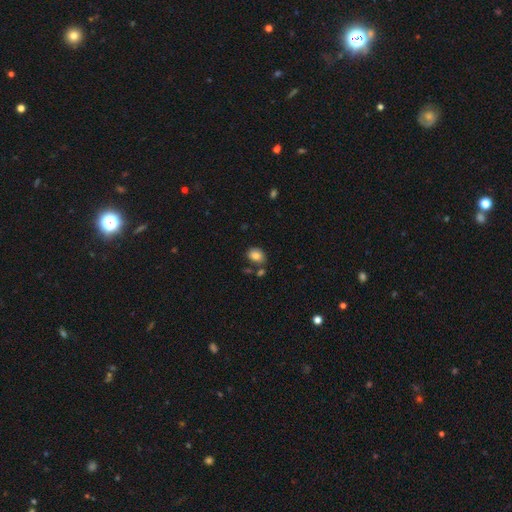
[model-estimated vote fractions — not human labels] smooth-or-featured: smooth: 83% | star or artifact: 9% | featured or disk: 8%
  how-rounded: in between: 67% | round: 32% | cigar-shaped: 1%
  merging: none: 70% | minor disturbance: 15% | merger: 11% | major disturbance: 4%